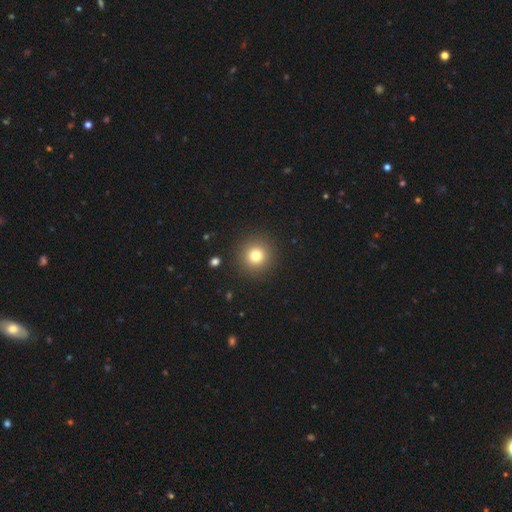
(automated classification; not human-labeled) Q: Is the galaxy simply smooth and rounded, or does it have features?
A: smooth — 78%.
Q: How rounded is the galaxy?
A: round — 95%.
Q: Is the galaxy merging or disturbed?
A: none — 91%.